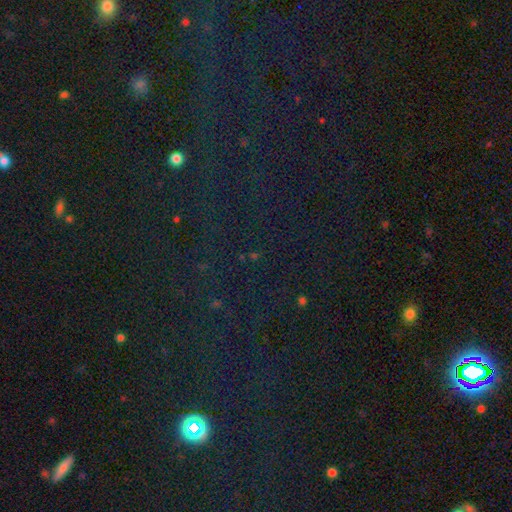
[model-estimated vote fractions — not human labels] This is likely a star or artifact rather than a galaxy (78%).